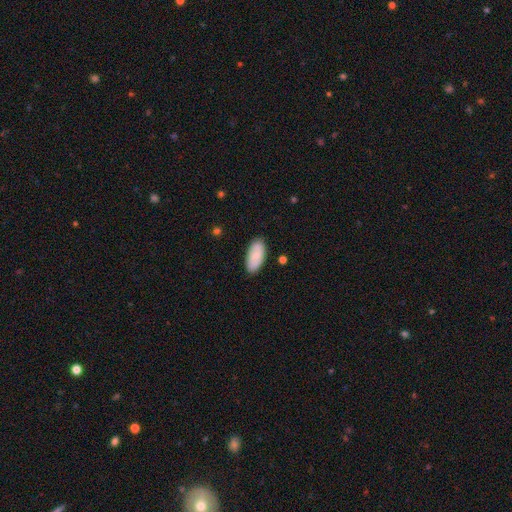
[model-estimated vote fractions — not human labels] Smooth or featured? Predicted: smooth (p=0.75). How rounded? Predicted: in between (p=0.92). Merging? Predicted: none (p=0.85).